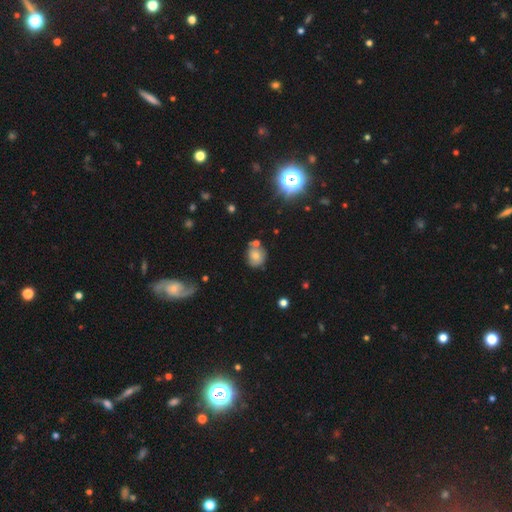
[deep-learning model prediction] This appears to be a smooth galaxy with no disk features (66%) that is round (70%). Merging: none (62%).